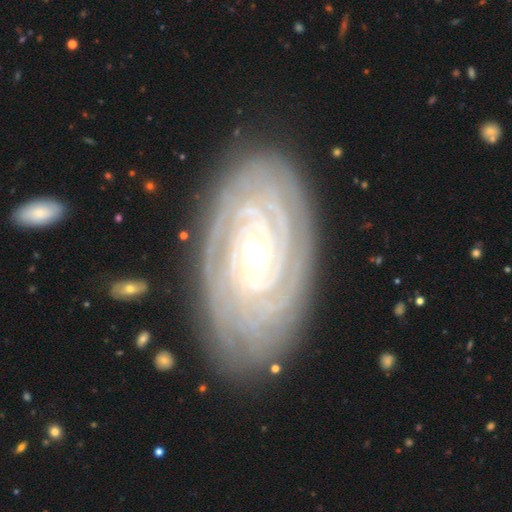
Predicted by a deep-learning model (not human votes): featured or disk 89%, smooth 6%, star or artifact 5%. Down the decision tree: edge-on disk — no (95%); bar — weak (37%); spiral arms — yes (98%); spiral arm count — can't tell (24%); spiral winding — tight (88%); bulge size — small (50%); merging — none (82%).